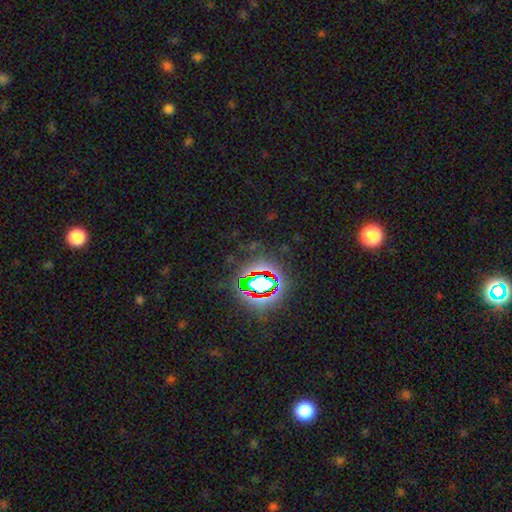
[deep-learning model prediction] Smooth or featured?
  - star or artifact: 80% *
  - smooth: 12%
  - featured or disk: 8%